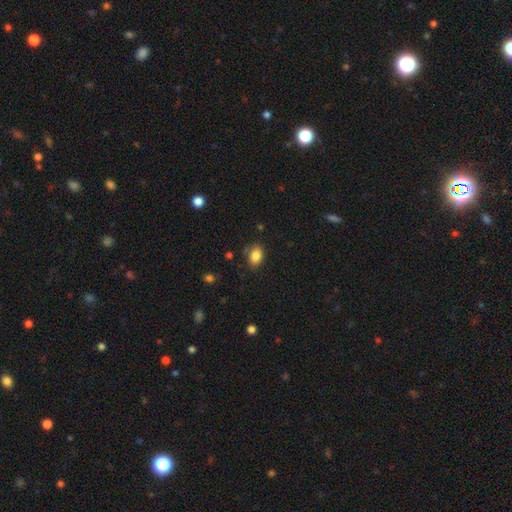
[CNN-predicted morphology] Smooth or featured? Predicted: smooth (p=0.85). How rounded? Predicted: in between (p=0.81). Merging? Predicted: none (p=0.78).